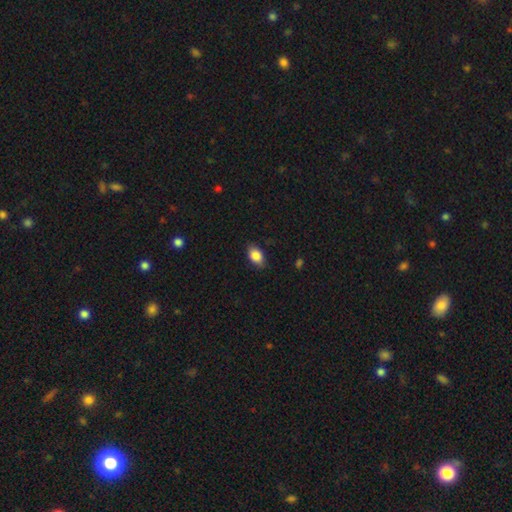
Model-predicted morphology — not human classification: Smooth or featured: smooth — 85% (star or artifact — 8%)
How rounded: in between — 86% (round — 12%)
Merging: none — 79% (minor disturbance — 17%)